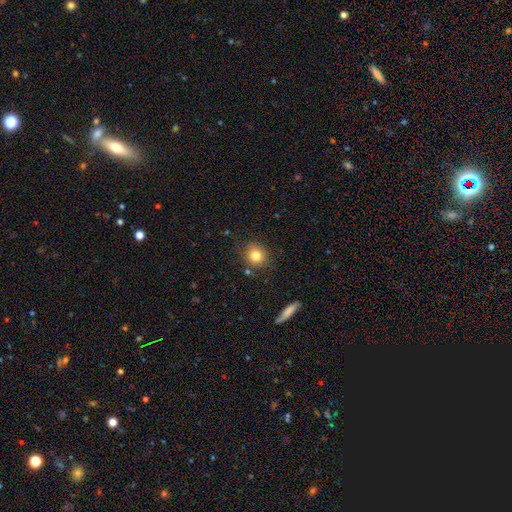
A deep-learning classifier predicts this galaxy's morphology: This appears to be a smooth galaxy with no disk features (81%) that is round (80%). Merging: none (82%).